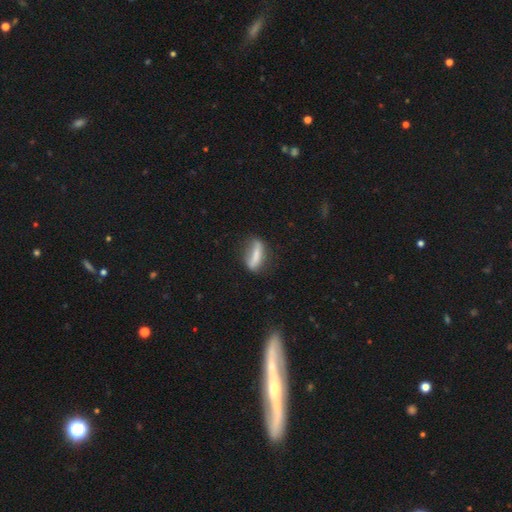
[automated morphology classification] Overall: smooth (62%; featured or disk 30%). How rounded: cigar-shaped (48%, tied with in between). Merging: none (58%; minor disturbance 26%).